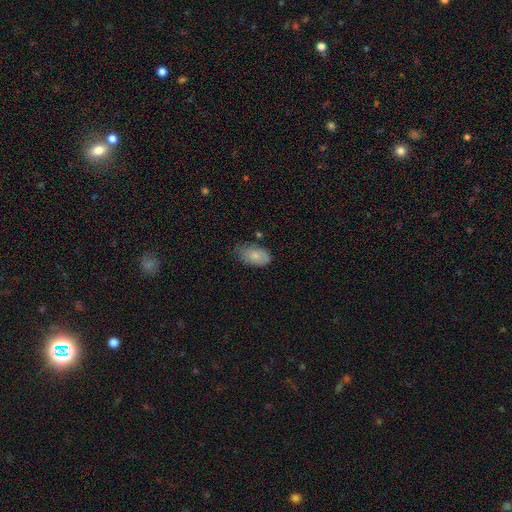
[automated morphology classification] type=smooth (80%); roundness=in between (93%); merging=none (61%).